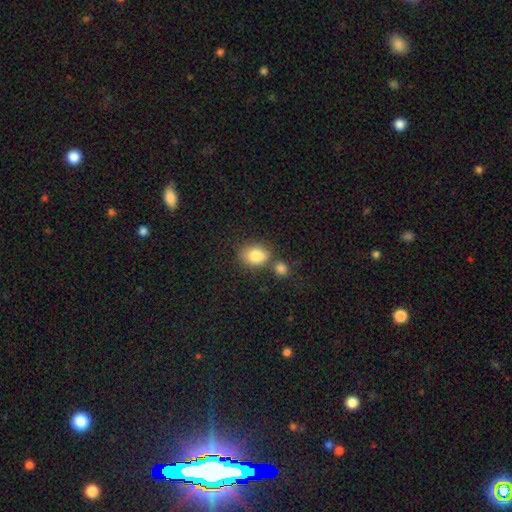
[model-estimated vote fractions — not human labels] This appears to be a smooth galaxy with no disk features (83%) that is in between round and cigar-shaped (58%). Merging: none (53%).